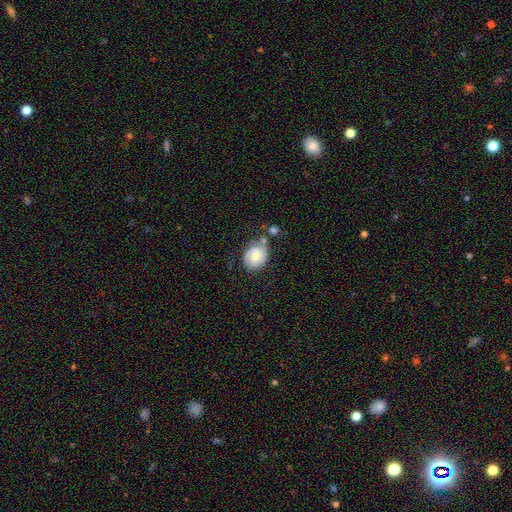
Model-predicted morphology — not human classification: A smooth galaxy with no disk features (51%) that is round (62%).

Vote fractions:
- Smooth or featured? smooth: 51% / featured or disk: 41% / star or artifact: 8%
- How rounded? round: 62% / in between: 37% / cigar-shaped: 1%
- Merging? none: 60% / minor disturbance: 21% / merger: 12% / major disturbance: 7%